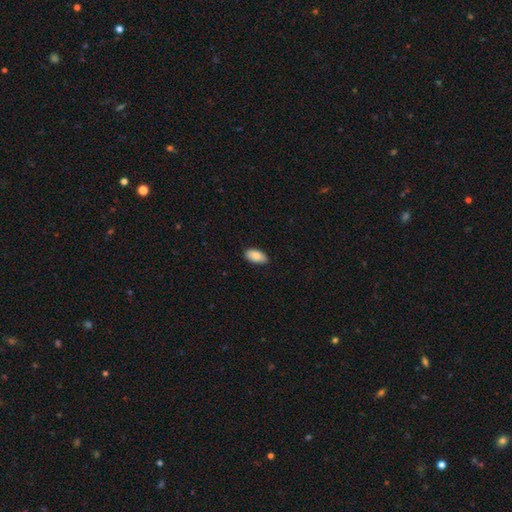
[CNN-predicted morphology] Overall: smooth (89%). How rounded: in between (94%). Merging: none (85%).